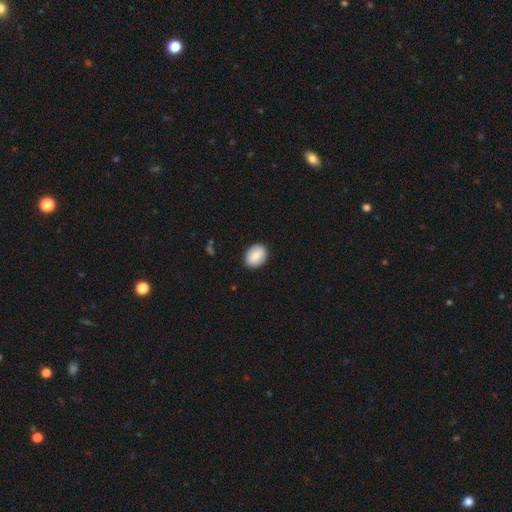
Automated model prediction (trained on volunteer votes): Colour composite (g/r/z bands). It shows a smooth galaxy with no disk features (79%) that is in between round and cigar-shaped (67%). Merging: none (88%).